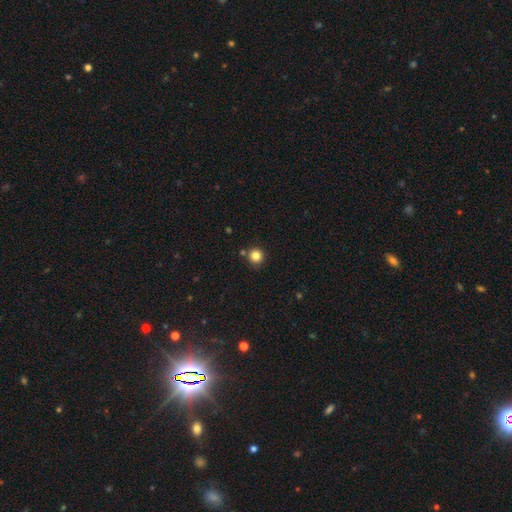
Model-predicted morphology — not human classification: Smooth or featured? Predicted: smooth (p=0.84). How rounded? Predicted: round (p=0.94). Merging? Predicted: none (p=0.83).